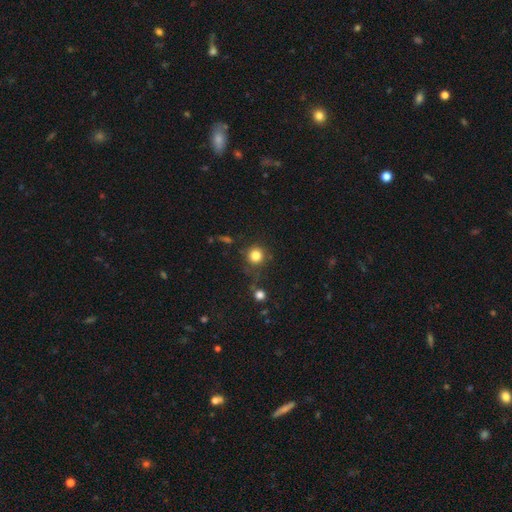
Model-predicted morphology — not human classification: This appears to be a smooth galaxy with no disk features (82%) that is round (93%). Merging: none (79%).